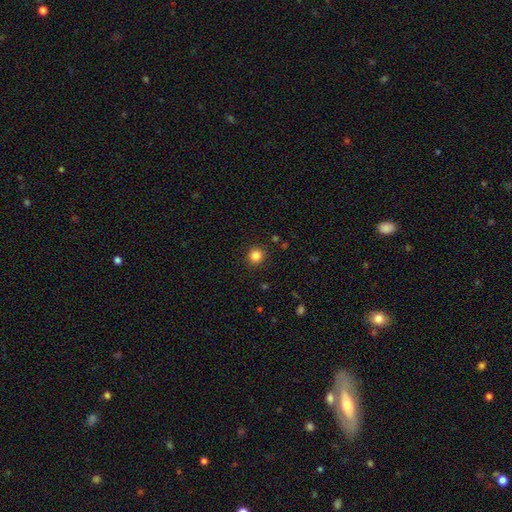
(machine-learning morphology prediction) smooth-or-featured: smooth: 84% | star or artifact: 12% | featured or disk: 4%
  how-rounded: round: 93% | in between: 6% | cigar-shaped: 1%
  merging: none: 91% | minor disturbance: 6% | major disturbance: 2% | merger: 1%